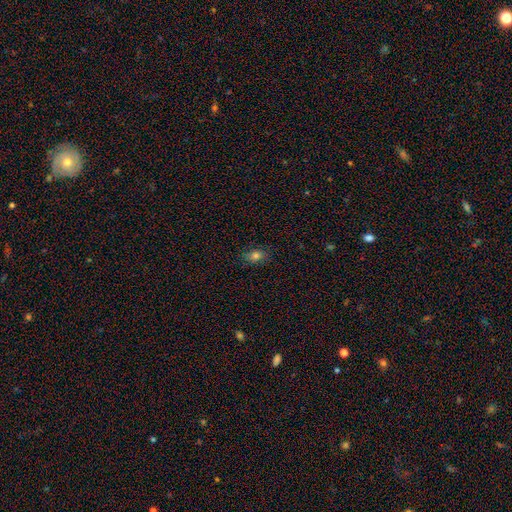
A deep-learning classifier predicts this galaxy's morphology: A smooth galaxy with no disk features (78%) that is in between round and cigar-shaped (78%).

Vote fractions:
- Smooth or featured? smooth: 78% / star or artifact: 13% / featured or disk: 9%
- How rounded? in between: 78% / round: 19% / cigar-shaped: 3%
- Merging? none: 83% / minor disturbance: 13% / major disturbance: 3% / merger: 1%